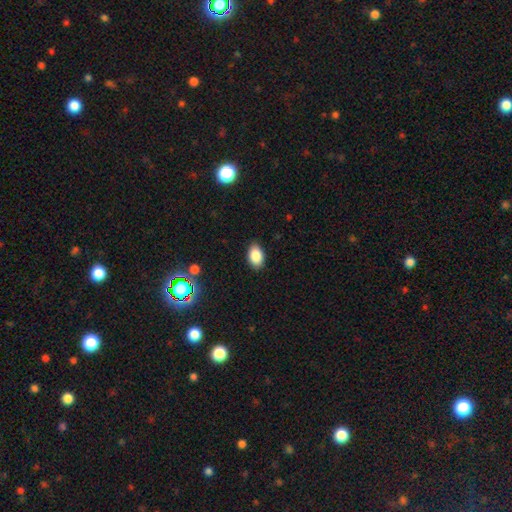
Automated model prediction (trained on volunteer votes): Smooth or featured? Predicted: smooth (p=0.87). How rounded? Predicted: in between (p=0.90). Merging? Predicted: none (p=0.86).